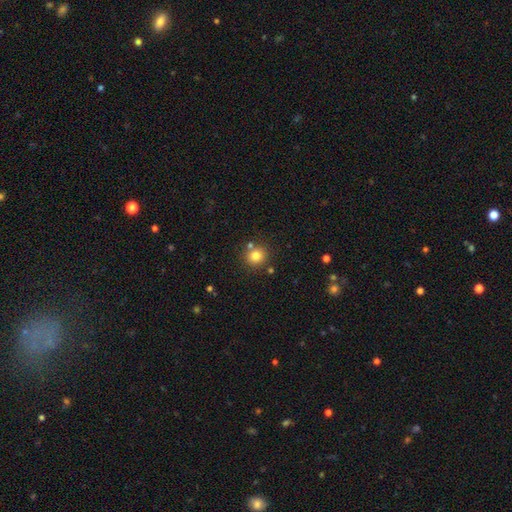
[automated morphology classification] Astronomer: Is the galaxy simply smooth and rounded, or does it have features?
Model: smooth — 80%.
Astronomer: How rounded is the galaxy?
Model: round — 90%.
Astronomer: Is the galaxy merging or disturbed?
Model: none — 78%.